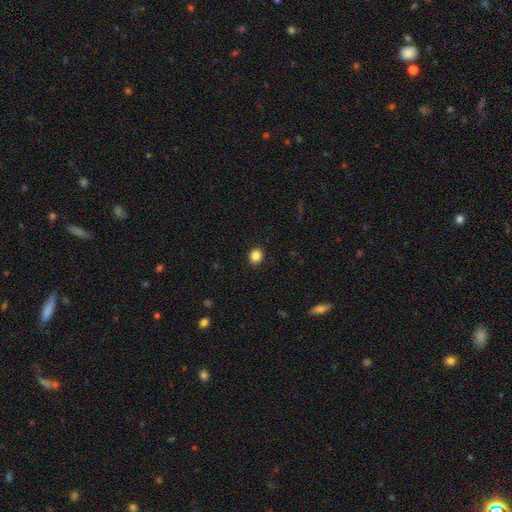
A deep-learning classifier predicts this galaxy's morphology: type=smooth (86%); roundness=round (66%); merging=none (91%).